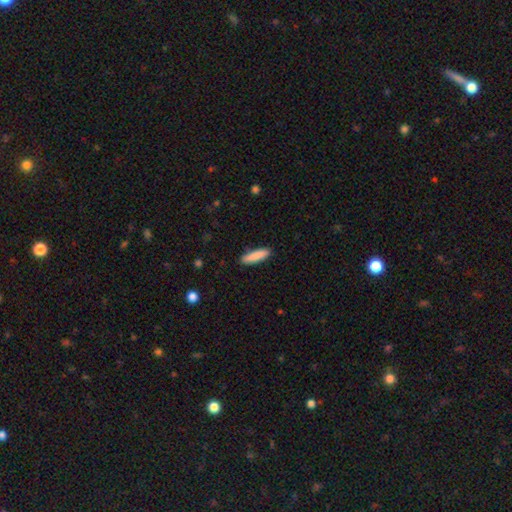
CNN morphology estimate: This appears to be a smooth galaxy with no disk features (87%) that is cigar-shaped (69%). Merging: none (89%).